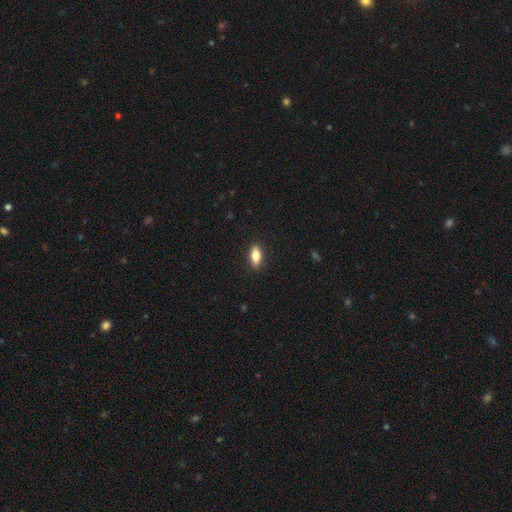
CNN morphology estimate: A smooth galaxy with no disk features (79%) that is in between round and cigar-shaped (81%).

Vote fractions:
- Smooth or featured? smooth: 79% / featured or disk: 14% / star or artifact: 7%
- How rounded? in between: 81% / cigar-shaped: 15% / round: 4%
- Merging? none: 89% / minor disturbance: 8% / major disturbance: 2% / merger: 1%